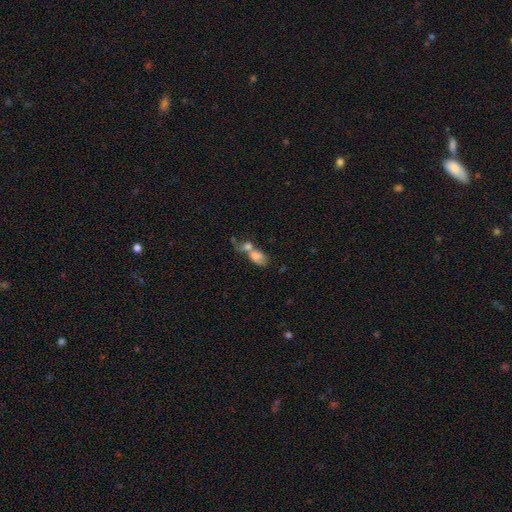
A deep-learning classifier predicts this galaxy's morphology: Smooth or featured: smooth — 68% (featured or disk — 22%)
How rounded: in between — 79% (round — 16%)
Merging: merger — 71% (none — 13%)